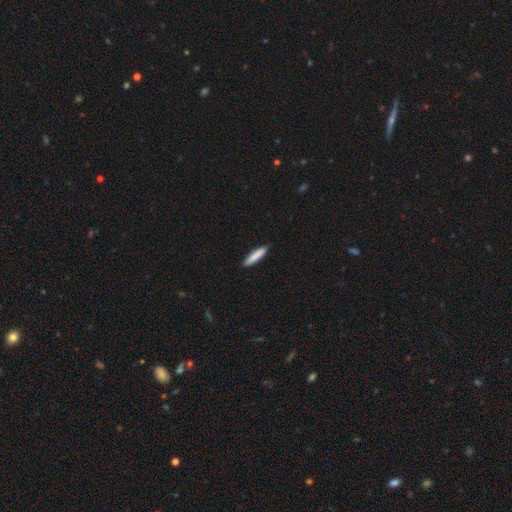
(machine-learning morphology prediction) Overall: smooth (85%). How rounded: cigar-shaped (87%). Merging: none (90%).